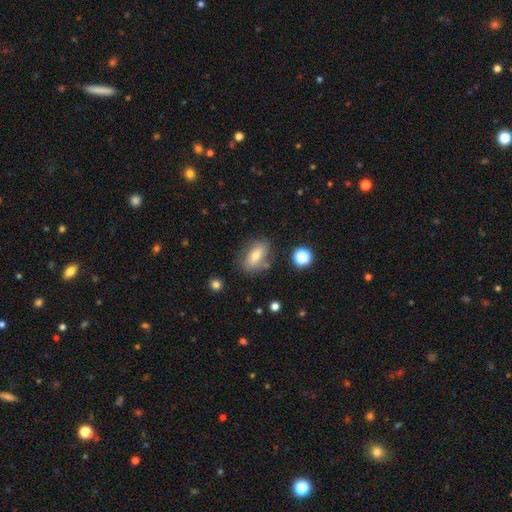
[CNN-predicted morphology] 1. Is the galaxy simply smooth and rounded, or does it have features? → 66% smooth, 23% featured or disk, 10% star or artifact.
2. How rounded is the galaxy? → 83% in between, 12% round, 5% cigar-shaped.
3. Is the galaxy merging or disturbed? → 75% none, 16% minor disturbance, 5% major disturbance, 5% merger.